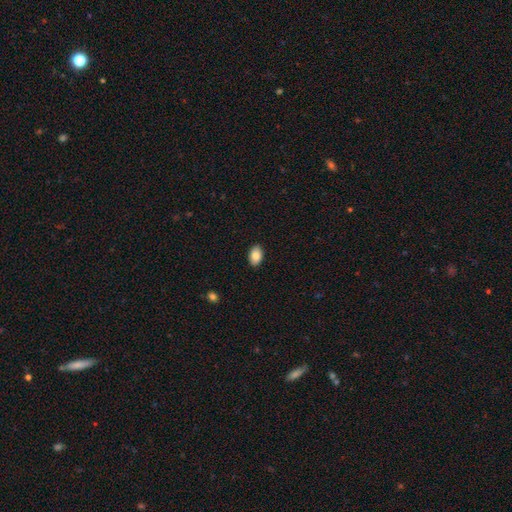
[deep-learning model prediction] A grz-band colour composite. It shows a smooth galaxy with no disk features (87%) that is in between round and cigar-shaped (90%). Merging: none (90%).